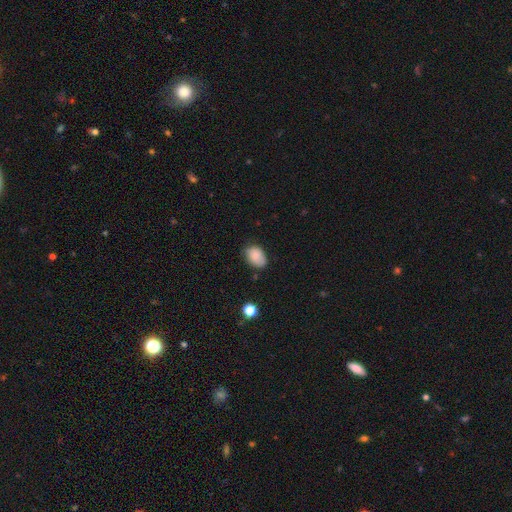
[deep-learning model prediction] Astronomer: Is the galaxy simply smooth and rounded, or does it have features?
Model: smooth — 82%.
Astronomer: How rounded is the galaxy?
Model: in between — 81%.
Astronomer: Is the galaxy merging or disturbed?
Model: none — 65%.